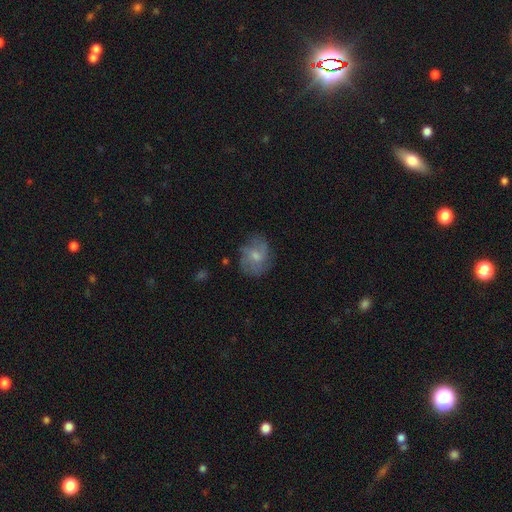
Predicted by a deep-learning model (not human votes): Overall: smooth (49%; featured or disk 43%). Merging: none (66%).